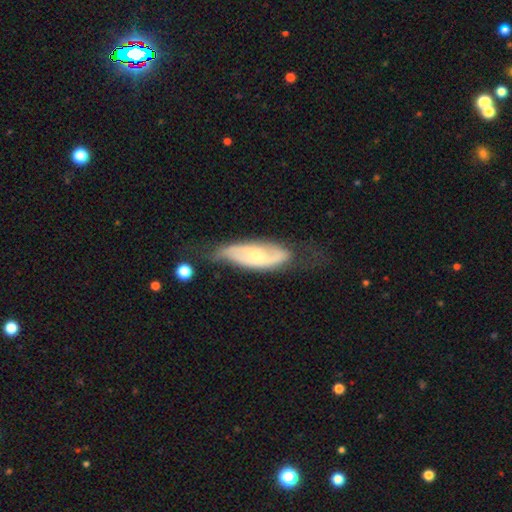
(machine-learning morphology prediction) A featured or disk galaxy (72%) with a weak bar (43%), 2 (78%) medium (44%) spiral arms (90%) and a small central bulge (55%). Merging: none (48%).